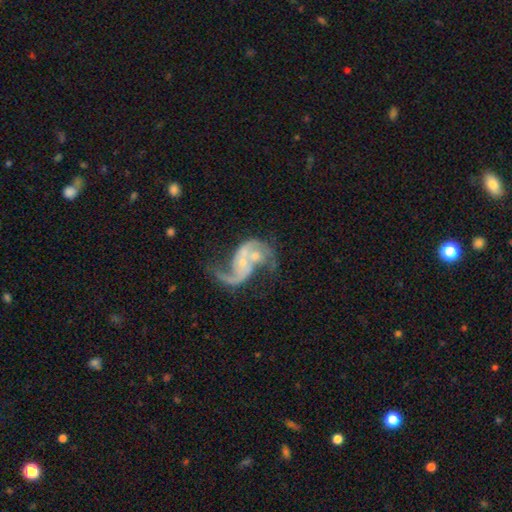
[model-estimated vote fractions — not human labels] Smooth or featured: featured or disk — 87% (smooth — 7%)
Edge-on disk: no — 98% (yes — 2%)
Bar: no — 61% (weak — 31%)
Spiral arms: yes — 93% (no — 7%)
Spiral winding: loose — 64% (medium — 30%)
Spiral arm count: 2 — 85% (1 — 7%)
Bulge size: small — 55% (moderate — 33%)
Merging: merger — 47% (none — 26%)